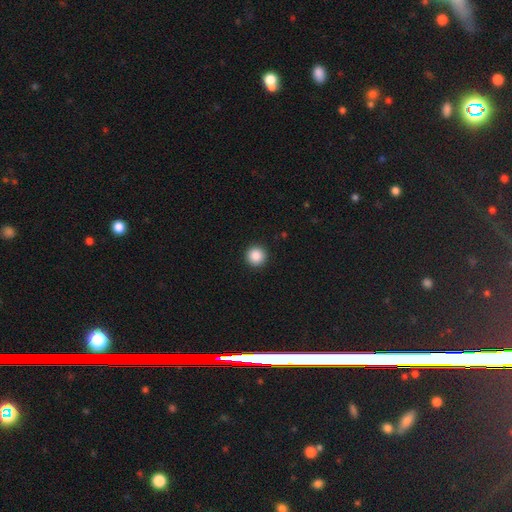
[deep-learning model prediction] The model was most divided on "smooth or featured": smooth: 88%, star or artifact: 9%, featured or disk: 3%. More confident: how rounded — round (96%); merging — none (93%).